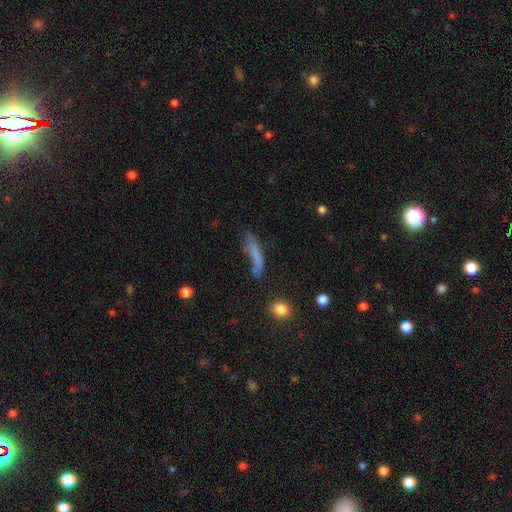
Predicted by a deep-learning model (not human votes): The model was most divided on "merging": none: 50%, minor disturbance: 26%, major disturbance: 17%, merger: 7%. More confident: how rounded — cigar-shaped (82%); smooth or featured — smooth (64%).